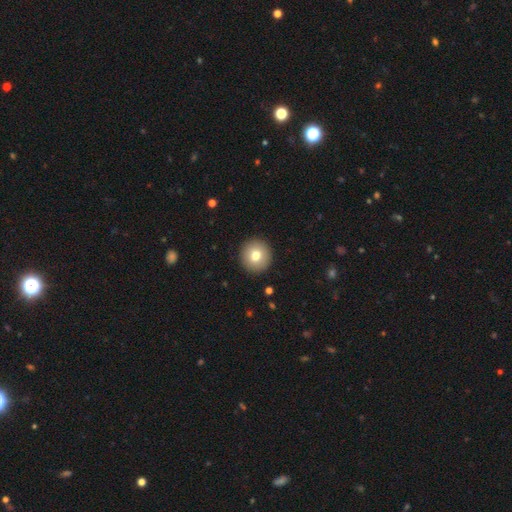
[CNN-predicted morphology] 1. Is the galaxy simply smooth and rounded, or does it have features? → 77% smooth, 14% featured or disk, 10% star or artifact.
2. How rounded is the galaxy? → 95% round, 4% in between, 1% cigar-shaped.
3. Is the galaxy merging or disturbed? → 93% none, 5% minor disturbance, 2% major disturbance, 1% merger.